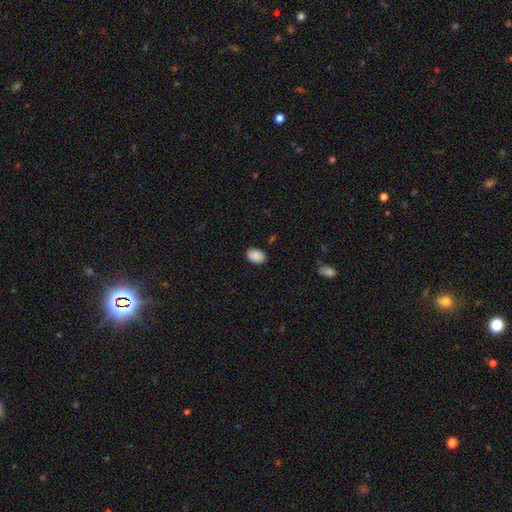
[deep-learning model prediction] smooth 89%, star or artifact 7%, featured or disk 4%. Down the decision tree: how rounded — in between (81%); merging — none (87%).